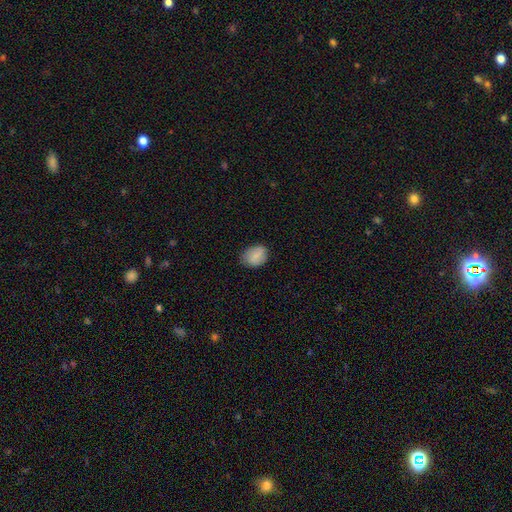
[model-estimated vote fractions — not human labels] A smooth galaxy with no disk features (83%) that is in between round and cigar-shaped (66%).

Vote fractions:
- Smooth or featured? smooth: 83% / featured or disk: 10% / star or artifact: 8%
- How rounded? in between: 66% / round: 33% / cigar-shaped: 1%
- Merging? none: 73% / minor disturbance: 22% / major disturbance: 4% / merger: 1%